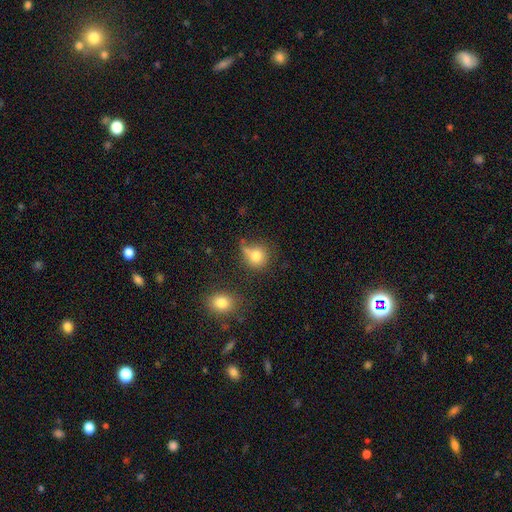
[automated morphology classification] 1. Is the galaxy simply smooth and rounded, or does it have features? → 78% smooth, 12% star or artifact, 10% featured or disk.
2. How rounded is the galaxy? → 81% round, 18% in between, 1% cigar-shaped.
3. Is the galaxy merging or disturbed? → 52% none, 23% minor disturbance, 14% merger, 12% major disturbance.